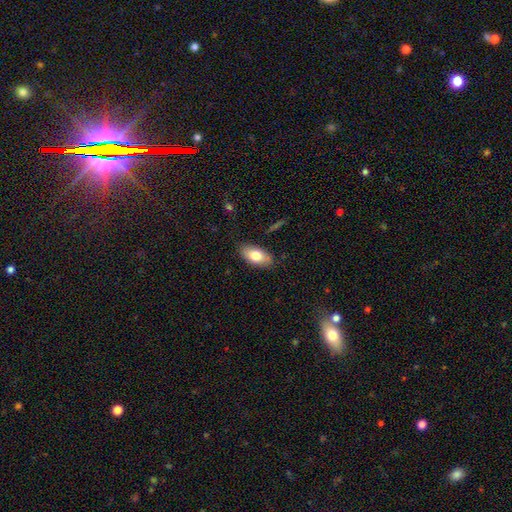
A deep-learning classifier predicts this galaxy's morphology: smooth-or-featured: smooth: 77% | featured or disk: 16% | star or artifact: 7%
  how-rounded: in between: 92% | cigar-shaped: 5% | round: 4%
  merging: none: 86% | minor disturbance: 11% | major disturbance: 2% | merger: 1%